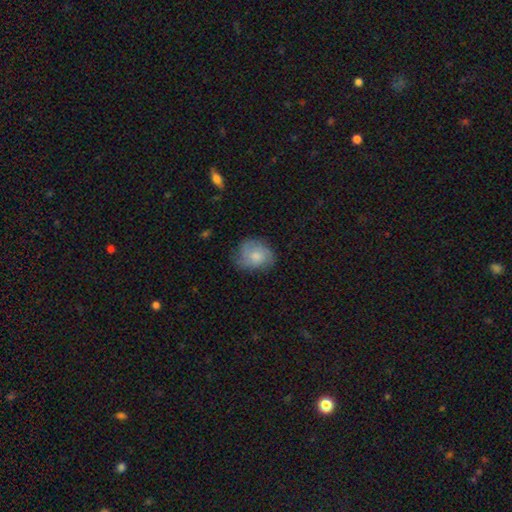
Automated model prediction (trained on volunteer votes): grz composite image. It shows a smooth galaxy with no disk features (63%) that is round (53%). Merging: none (63%).